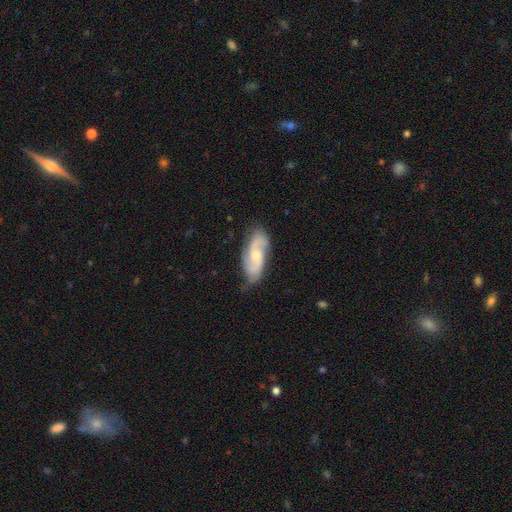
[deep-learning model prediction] Smooth or featured? featured or disk (78%)
Edge-on disk? no (94%)
Bar? no (57%)
Spiral arms? yes (96%)
Spiral winding? medium (49%)
Spiral arm count? 2 (82%)
Bulge size? moderate (50%)
Merging? none (75%)